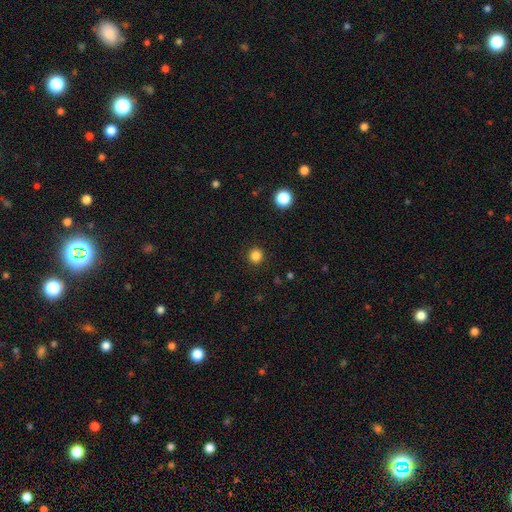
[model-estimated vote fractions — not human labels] Morphology: type=smooth (84%); roundness=round (95%); merging=none (92%).